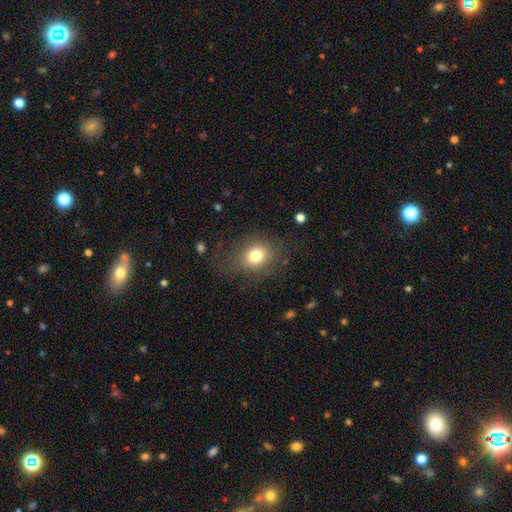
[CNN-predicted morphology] A smooth galaxy with no disk features (78%) that is round (57%).

Vote fractions:
- Smooth or featured? smooth: 78% / star or artifact: 12% / featured or disk: 10%
- How rounded? round: 57% / in between: 42% / cigar-shaped: 1%
- Merging? none: 74% / minor disturbance: 16% / major disturbance: 9% / merger: 1%